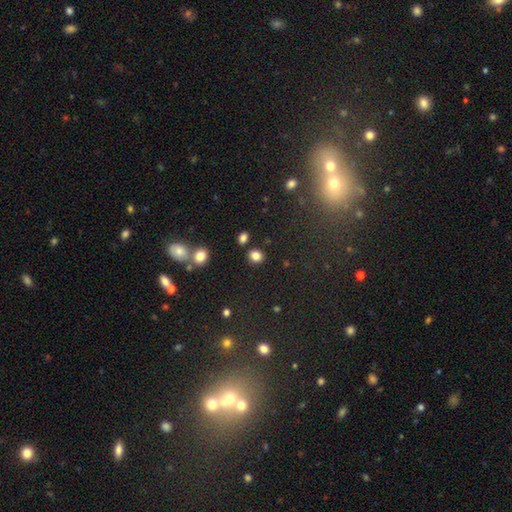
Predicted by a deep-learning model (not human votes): Smooth or featured?
  - smooth: 83% *
  - star or artifact: 12%
  - featured or disk: 5%
How rounded?
  - round: 73% *
  - in between: 26%
  - cigar-shaped: 1%
Merging?
  - none: 84% *
  - minor disturbance: 8%
  - merger: 5%
  - major disturbance: 3%